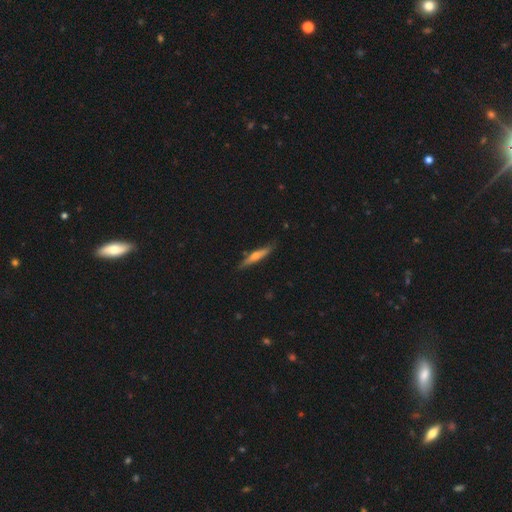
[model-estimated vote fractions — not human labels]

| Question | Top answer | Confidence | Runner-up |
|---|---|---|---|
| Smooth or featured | featured or disk | 51% | smooth (43%) |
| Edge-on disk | yes | 94% | no (6%) |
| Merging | none | 83% | minor disturbance (13%) |